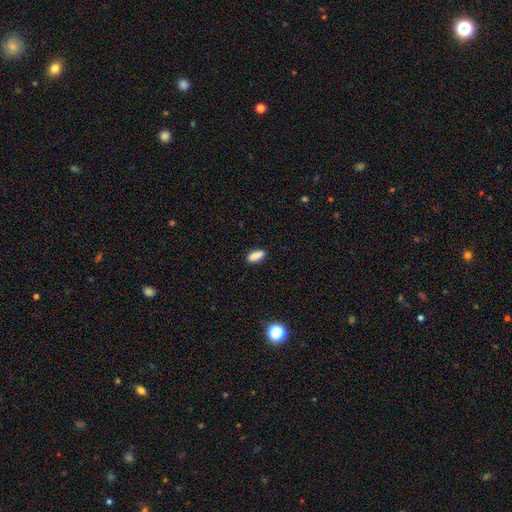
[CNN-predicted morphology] Smooth or featured?
  - smooth: 86% *
  - star or artifact: 8%
  - featured or disk: 6%
How rounded?
  - in between: 73% *
  - cigar-shaped: 25%
  - round: 3%
Merging?
  - none: 87% *
  - minor disturbance: 9%
  - major disturbance: 2%
  - merger: 1%